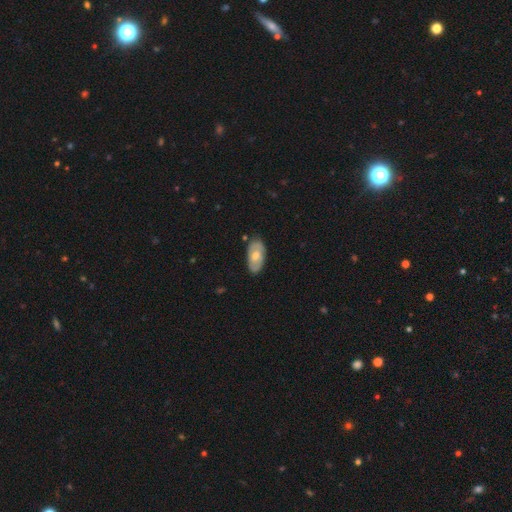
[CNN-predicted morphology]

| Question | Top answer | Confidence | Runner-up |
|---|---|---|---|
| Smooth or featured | featured or disk | 51% | smooth (43%) |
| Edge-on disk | no | 90% | yes (10%) |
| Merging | none | 81% | minor disturbance (14%) |